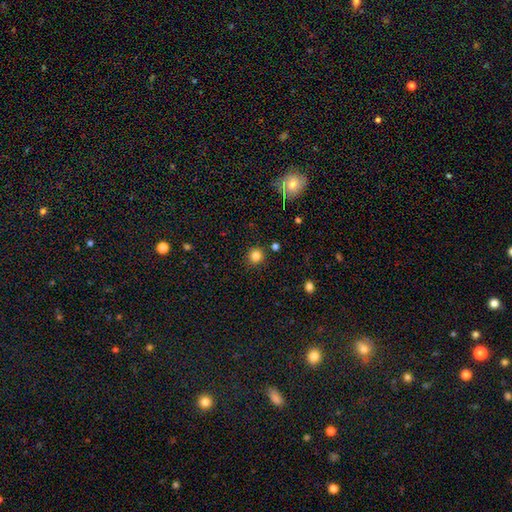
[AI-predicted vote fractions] Smooth or featured? Predicted: smooth (p=0.82). How rounded? Predicted: round (p=0.93). Merging? Predicted: none (p=0.89).